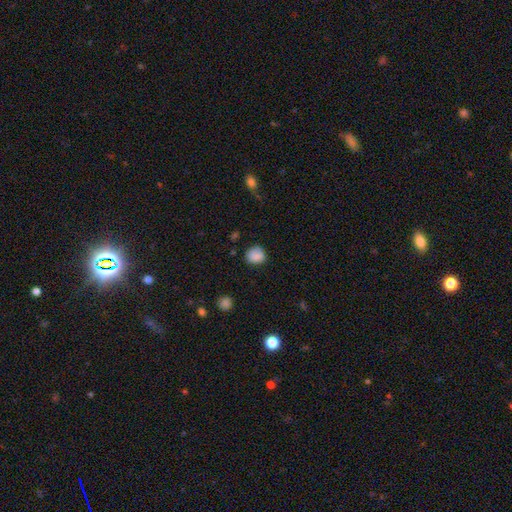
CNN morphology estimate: A smooth galaxy with no disk features (85%) that is round (77%). Merging: none (76%).